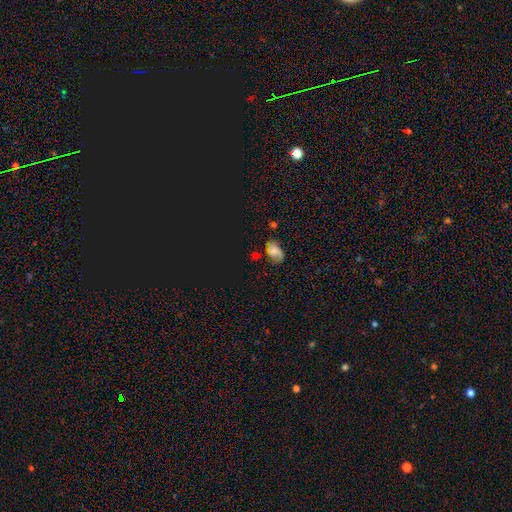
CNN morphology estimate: Smooth or featured: smooth — 40% (tied with star or artifact — 40%)
Merging: none — 68% (minor disturbance — 19%)